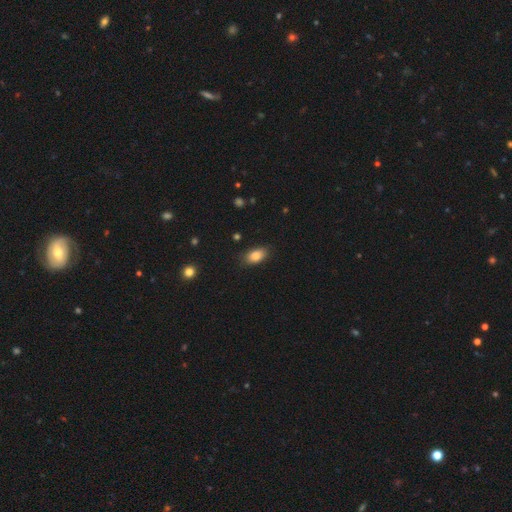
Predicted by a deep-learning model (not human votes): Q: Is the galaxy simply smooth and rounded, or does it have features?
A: smooth — 85%.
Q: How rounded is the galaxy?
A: in between — 90%.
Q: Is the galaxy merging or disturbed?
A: none — 83%.